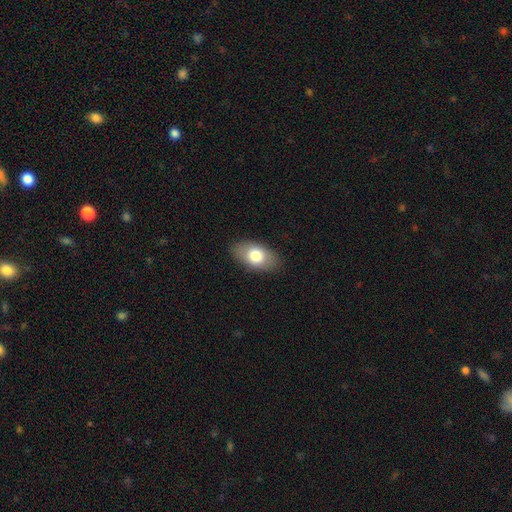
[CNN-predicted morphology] smooth-or-featured: smooth: 74% | featured or disk: 19% | star or artifact: 7%
  how-rounded: in between: 92% | round: 6% | cigar-shaped: 2%
  merging: none: 86% | minor disturbance: 11% | major disturbance: 3% | merger: 1%